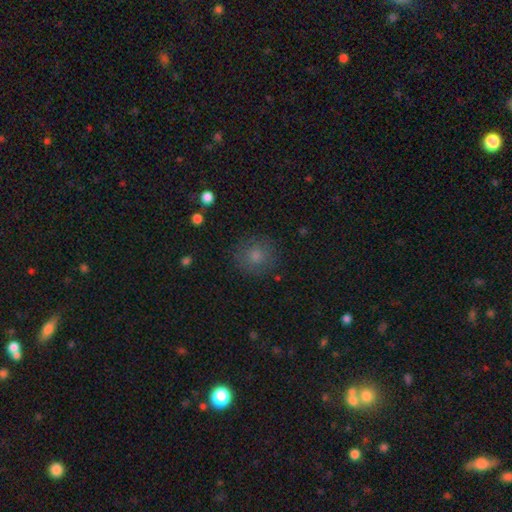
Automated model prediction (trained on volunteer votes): smooth_or_featured: smooth (p=0.78) [alt: star or artifact p=0.12]
how_rounded: round (p=0.91) [alt: in between p=0.08]
merging: none (p=0.85) [alt: minor disturbance p=0.10]